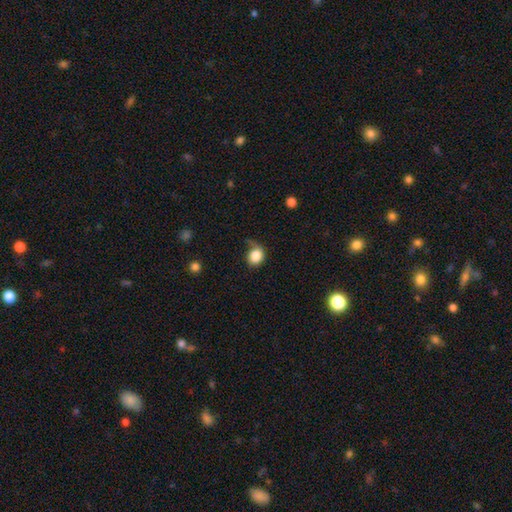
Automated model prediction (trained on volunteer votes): A smooth galaxy with no disk features (82%) that is round (68%). Merging: none (44%).